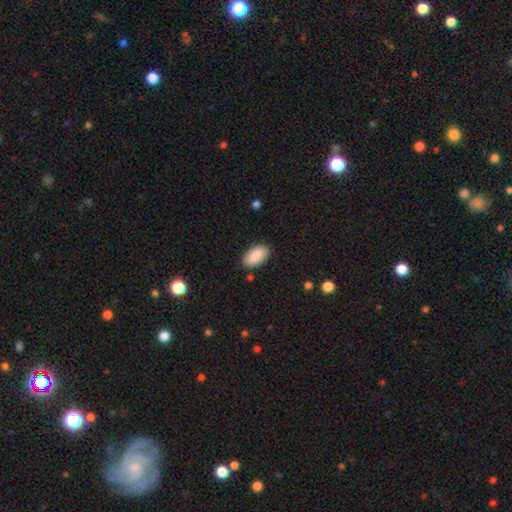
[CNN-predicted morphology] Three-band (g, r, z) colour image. It shows a smooth galaxy with no disk features (89%) that is in between round and cigar-shaped (95%). Merging: none (87%).